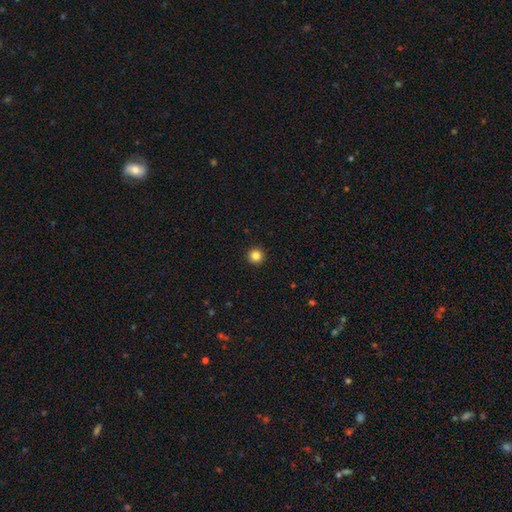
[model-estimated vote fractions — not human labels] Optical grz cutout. It shows a smooth galaxy with no disk features (84%) that is round (96%). Merging: none (94%).